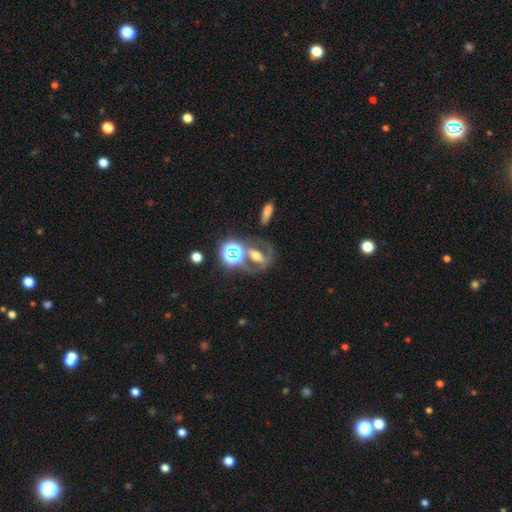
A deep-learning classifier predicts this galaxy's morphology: smooth_or_featured: featured or disk (p=0.51) [alt: smooth p=0.26]
disk_edge_on: no (p=0.84) [alt: yes p=0.16]
merging: none (p=0.57) [alt: merger p=0.19]